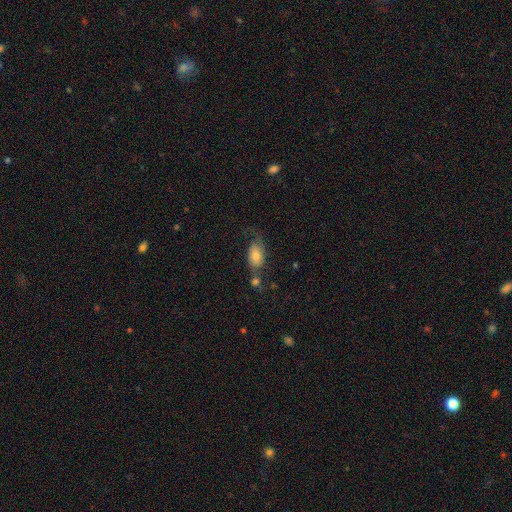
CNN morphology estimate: Smooth or featured? Predicted: smooth (p=0.62). How rounded? Predicted: in between (p=0.89). Merging? Predicted: none (p=0.41).